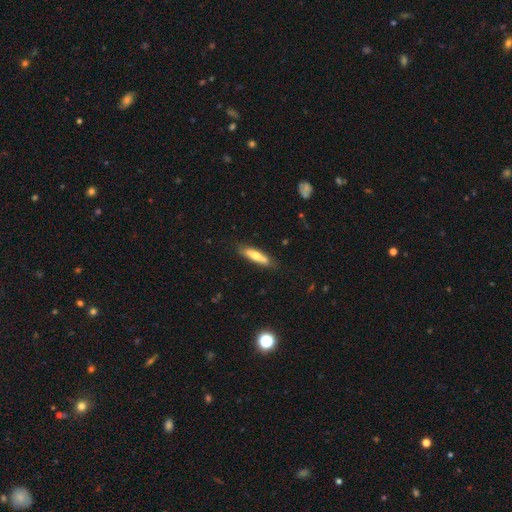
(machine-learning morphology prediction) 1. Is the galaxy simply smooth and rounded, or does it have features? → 63% smooth, 31% featured or disk, 6% star or artifact.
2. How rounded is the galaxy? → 74% cigar-shaped, 25% in between, 2% round.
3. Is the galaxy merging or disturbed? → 80% none, 15% minor disturbance, 3% major disturbance, 2% merger.